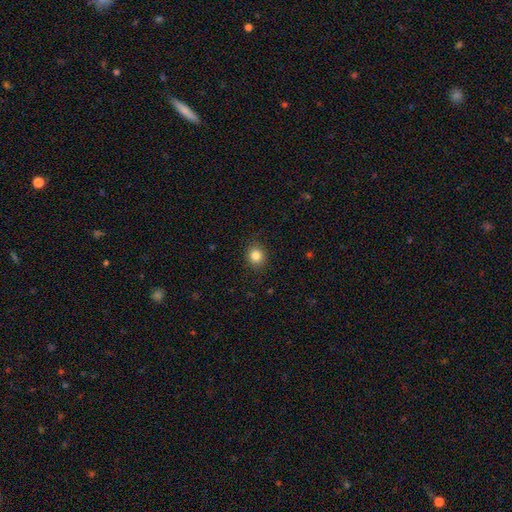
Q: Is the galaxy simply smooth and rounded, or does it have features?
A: smooth — 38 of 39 (97%).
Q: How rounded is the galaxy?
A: round — 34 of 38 (89%).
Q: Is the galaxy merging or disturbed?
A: none — 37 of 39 (95%).